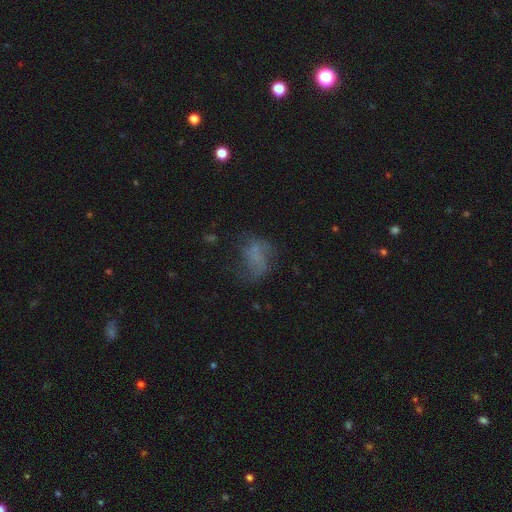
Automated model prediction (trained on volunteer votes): Q: Smooth or featured?
A: smooth (41%); runner-up: featured or disk (40%)
Q: Merging?
A: none (42%); runner-up: major disturbance (31%)